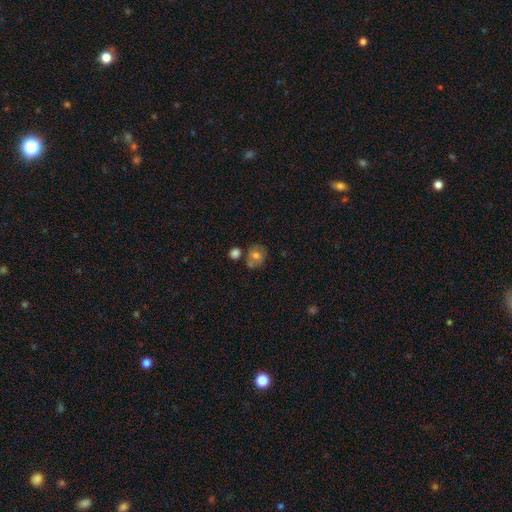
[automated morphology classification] The model was most divided on "merging": none: 55%, merger: 23%, minor disturbance: 16%, major disturbance: 6%. More confident: how rounded — round (69%); smooth or featured — smooth (69%).